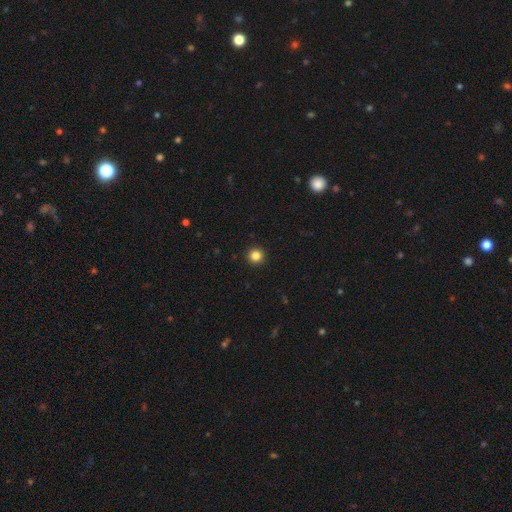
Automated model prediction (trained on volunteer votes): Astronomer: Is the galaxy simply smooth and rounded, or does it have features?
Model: smooth — 85%.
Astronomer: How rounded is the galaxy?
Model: round — 96%.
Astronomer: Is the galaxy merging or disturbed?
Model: none — 94%.